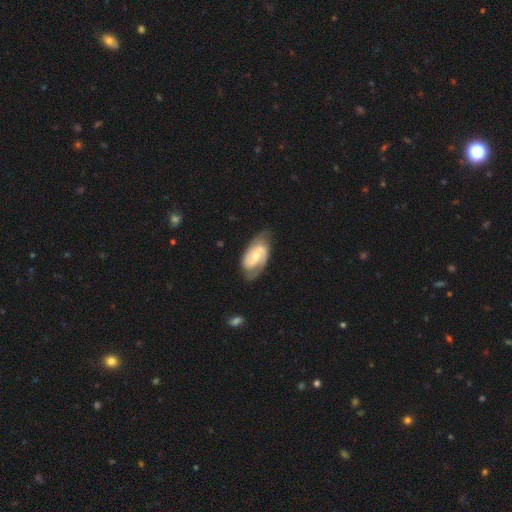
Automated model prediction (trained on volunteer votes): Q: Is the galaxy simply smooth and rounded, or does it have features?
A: featured or disk — 84%.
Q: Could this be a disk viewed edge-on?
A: no — 97%.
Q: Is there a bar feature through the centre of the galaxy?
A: weak — 49%.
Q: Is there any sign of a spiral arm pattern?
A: yes — 96%.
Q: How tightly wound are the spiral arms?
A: medium — 50%.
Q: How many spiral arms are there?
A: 2 — 89%.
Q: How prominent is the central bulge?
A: small — 52%.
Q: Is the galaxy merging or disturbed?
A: none — 73%.